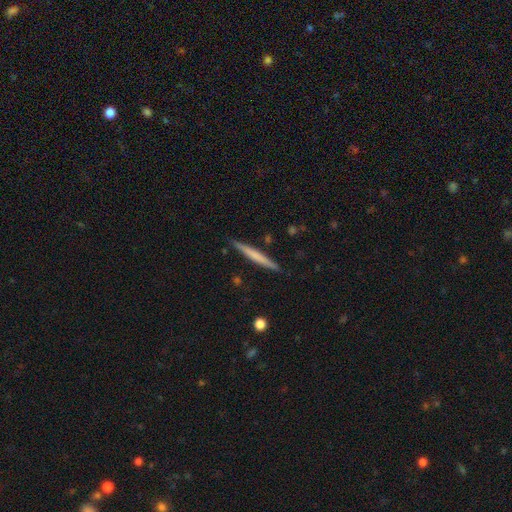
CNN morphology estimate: A smooth galaxy with no disk features (57%) that is cigar-shaped (97%).

Vote fractions:
- Smooth or featured? smooth: 57% / featured or disk: 38% / star or artifact: 5%
- How rounded? cigar-shaped: 97% / in between: 2% / round: 1%
- Merging? none: 89% / minor disturbance: 8% / merger: 2% / major disturbance: 1%